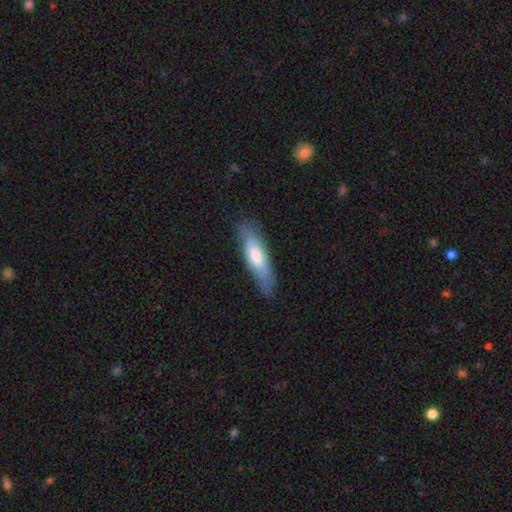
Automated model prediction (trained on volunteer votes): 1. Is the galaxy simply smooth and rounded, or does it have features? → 56% smooth, 38% featured or disk, 6% star or artifact.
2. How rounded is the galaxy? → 56% cigar-shaped, 42% in between, 2% round.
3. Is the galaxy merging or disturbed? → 70% none, 23% minor disturbance, 6% major disturbance, 1% merger.